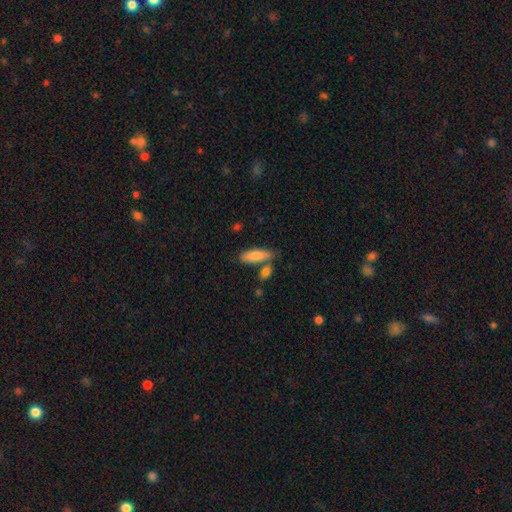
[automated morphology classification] A smooth galaxy with no disk features (80%) that is in between round and cigar-shaped (55%). Merging: none (65%).